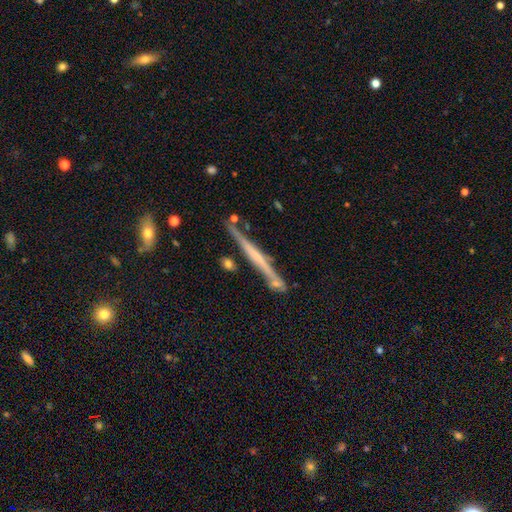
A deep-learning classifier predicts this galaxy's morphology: Smooth or featured? Predicted: featured or disk (p=0.67). Edge-on disk? Predicted: yes (p=0.96). Edge-on bulge? Predicted: none (p=0.66). Merging? Predicted: none (p=0.80).